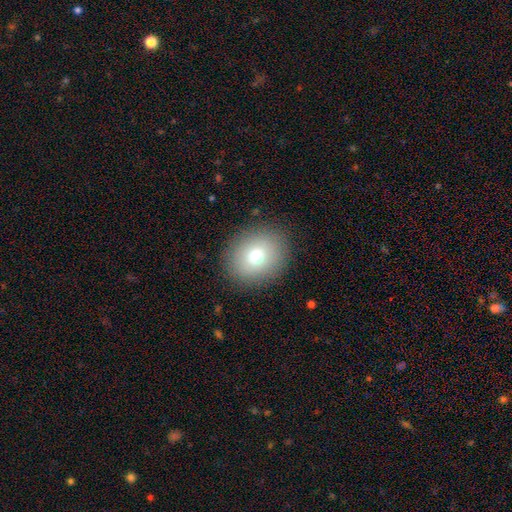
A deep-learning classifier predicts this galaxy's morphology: Q: Smooth or featured?
A: smooth (74%); runner-up: featured or disk (14%)
Q: How rounded?
A: round (72%); runner-up: in between (27%)
Q: Merging?
A: none (88%); runner-up: minor disturbance (8%)